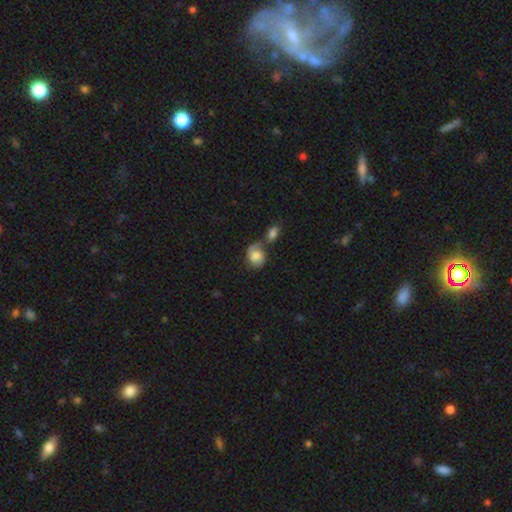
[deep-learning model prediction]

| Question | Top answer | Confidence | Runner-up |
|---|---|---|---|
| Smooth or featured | smooth | 53% | featured or disk (39%) |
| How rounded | round | 50% | in between (48%) |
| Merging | none | 39% | merger (34%) |